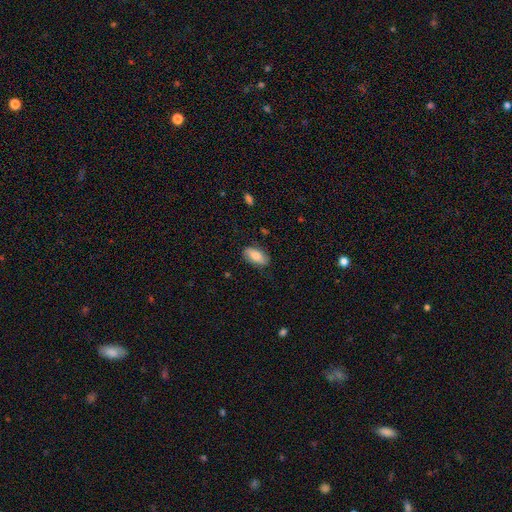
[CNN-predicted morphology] Smooth or featured?
  - smooth: 78% *
  - featured or disk: 15%
  - star or artifact: 7%
How rounded?
  - in between: 92% *
  - cigar-shaped: 4%
  - round: 4%
Merging?
  - none: 78% *
  - minor disturbance: 17%
  - major disturbance: 4%
  - merger: 1%